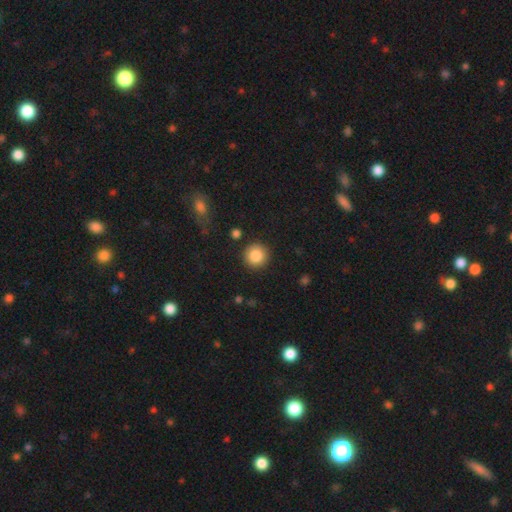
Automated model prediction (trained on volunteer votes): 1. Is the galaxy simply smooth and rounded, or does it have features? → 86% smooth, 9% star or artifact, 5% featured or disk.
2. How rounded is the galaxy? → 94% round, 5% in between, 1% cigar-shaped.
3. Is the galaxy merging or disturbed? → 90% none, 6% minor disturbance, 2% major disturbance, 2% merger.